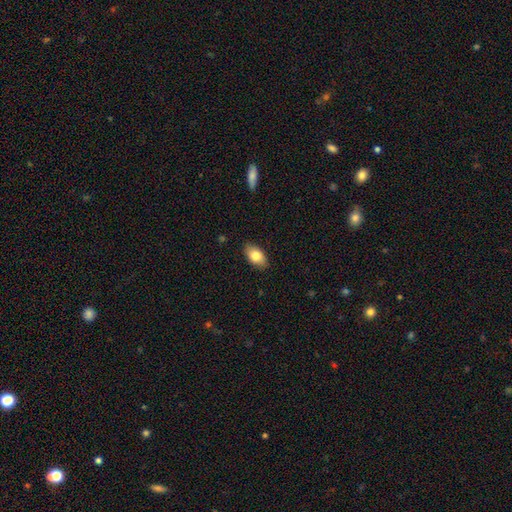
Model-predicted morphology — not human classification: Overall: smooth (82%). How rounded: in between (92%). Merging: none (86%).